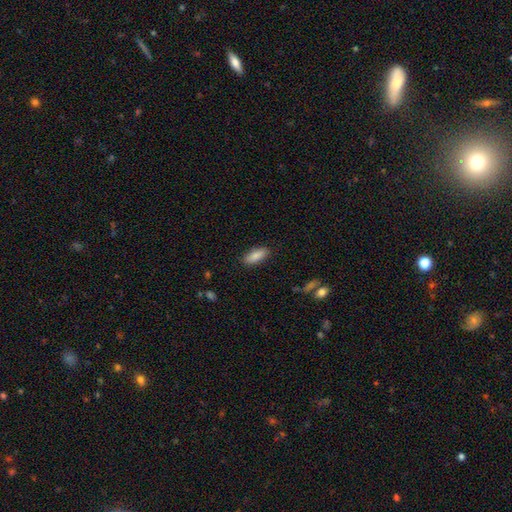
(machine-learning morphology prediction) The model was most divided on "how rounded": in between: 79%, cigar-shaped: 19%, round: 2%. More confident: merging — none (88%); smooth or featured — smooth (86%).